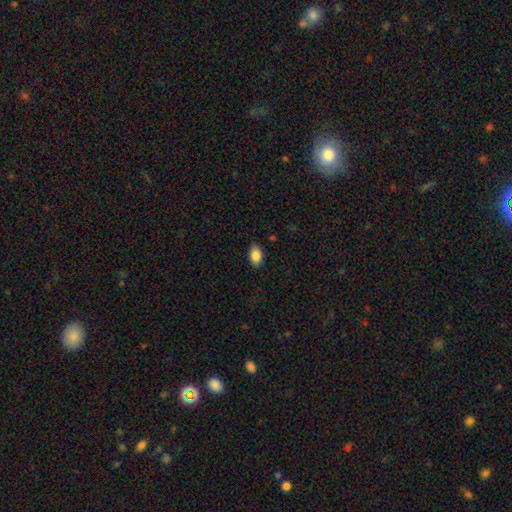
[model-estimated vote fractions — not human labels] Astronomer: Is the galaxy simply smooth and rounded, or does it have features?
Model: smooth — 87%.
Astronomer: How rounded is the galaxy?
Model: in between — 90%.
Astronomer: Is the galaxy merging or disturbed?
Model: none — 85%.